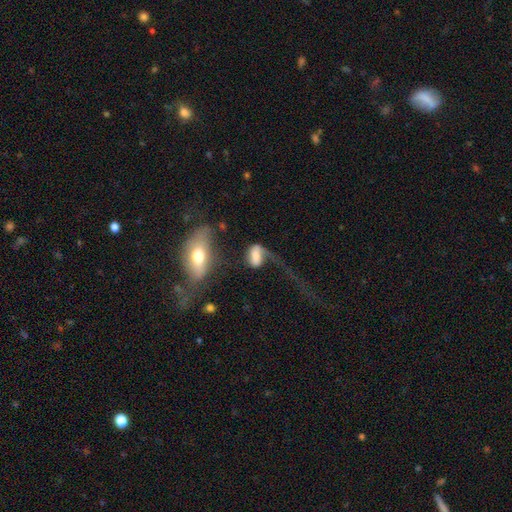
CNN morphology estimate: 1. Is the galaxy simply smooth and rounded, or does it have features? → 49% smooth, 42% featured or disk, 9% star or artifact.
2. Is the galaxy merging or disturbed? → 50% major disturbance, 20% none, 17% merger, 12% minor disturbance.